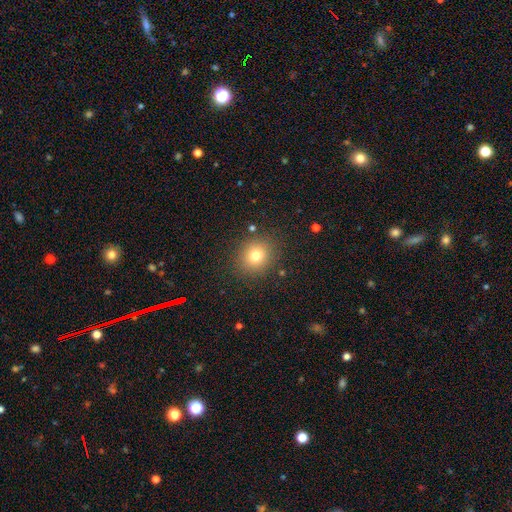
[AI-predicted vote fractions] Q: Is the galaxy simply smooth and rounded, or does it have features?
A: smooth — 76%.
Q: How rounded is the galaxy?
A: round — 80%.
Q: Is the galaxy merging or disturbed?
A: none — 87%.